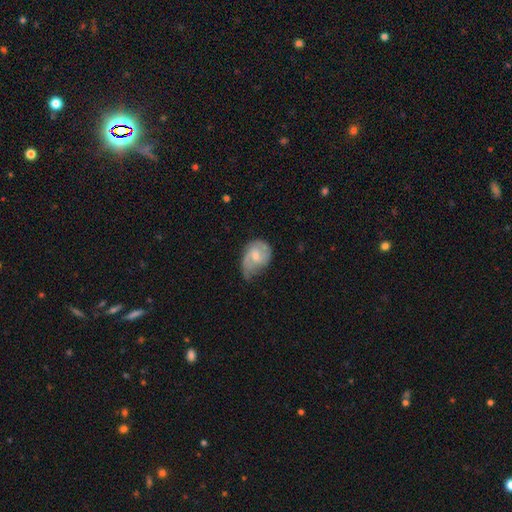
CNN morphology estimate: Smooth or featured: featured or disk — 55% (smooth — 39%)
Edge-on disk: no — 97% (yes — 3%)
Bar: no — 55% (weak — 39%)
Spiral arms: yes — 83% (no — 17%)
Bulge size: moderate — 52% (small — 41%)
Merging: minor disturbance — 43% (none — 35%)